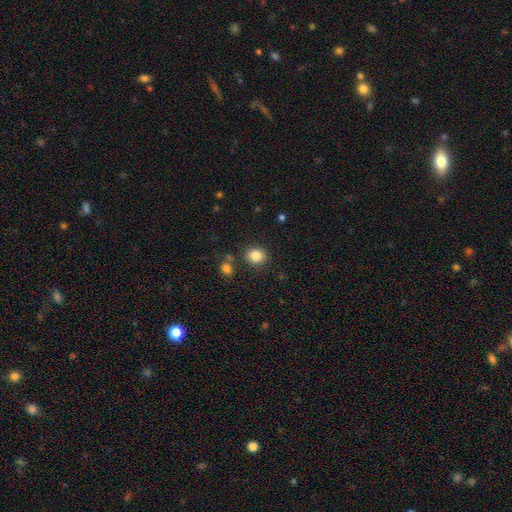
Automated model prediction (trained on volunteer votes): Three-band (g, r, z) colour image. It shows a smooth galaxy with no disk features (84%) that is round (79%). Merging: none (86%).